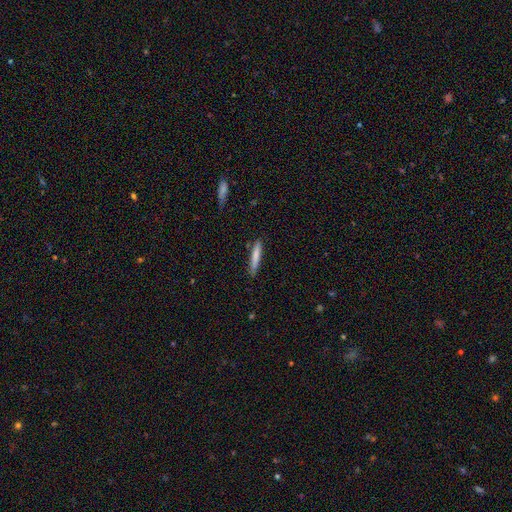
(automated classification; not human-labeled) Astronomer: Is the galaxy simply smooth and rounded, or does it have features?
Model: smooth — 76%.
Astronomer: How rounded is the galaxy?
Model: cigar-shaped — 93%.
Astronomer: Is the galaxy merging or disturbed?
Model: none — 83%.